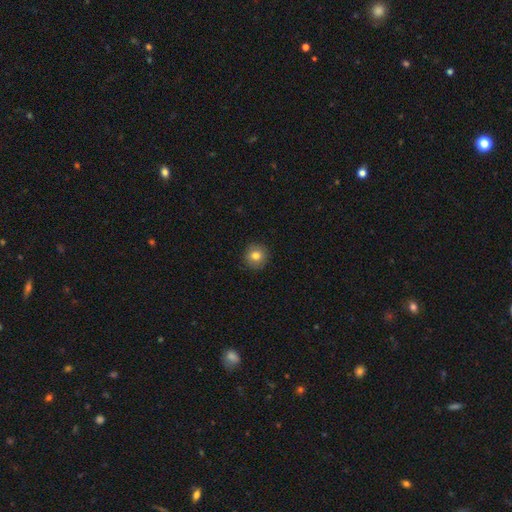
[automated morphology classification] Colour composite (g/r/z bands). It shows a smooth galaxy with no disk features (80%) that is round (94%). Merging: none (91%).